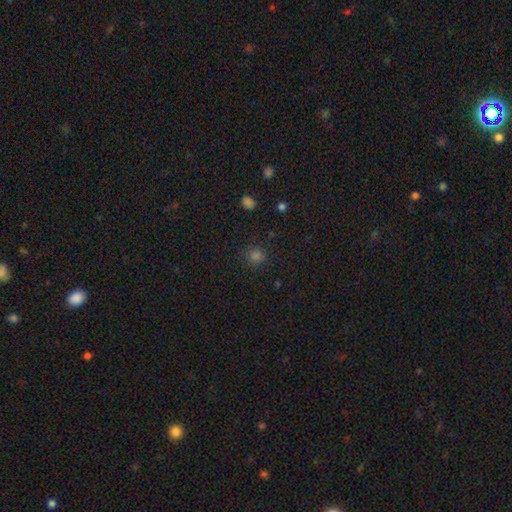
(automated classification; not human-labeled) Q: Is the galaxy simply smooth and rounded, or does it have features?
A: smooth — 74%.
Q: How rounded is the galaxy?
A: round — 87%.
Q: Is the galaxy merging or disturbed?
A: none — 86%.